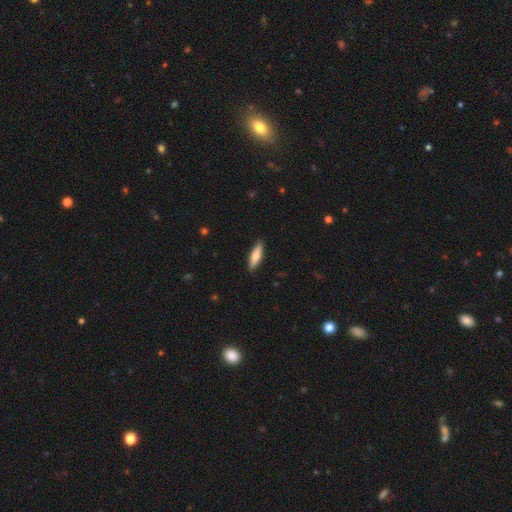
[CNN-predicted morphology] Overall: smooth (67%; featured or disk 27%). How rounded: cigar-shaped (63%; in between 35%). Merging: none (89%).